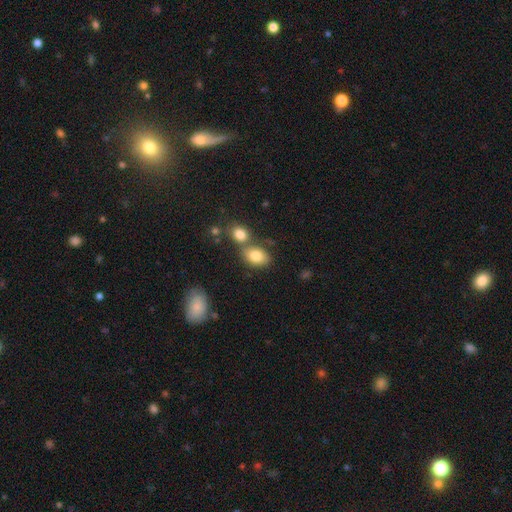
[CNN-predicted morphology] Overall: smooth (82%). How rounded: in between (80%). Merging: none (50%; merger 34%).